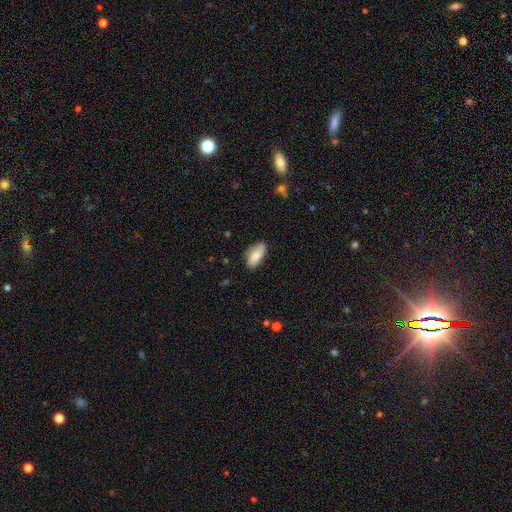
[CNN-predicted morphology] A smooth galaxy with no disk features (79%) that is in between round and cigar-shaped (88%). Merging: none (77%).